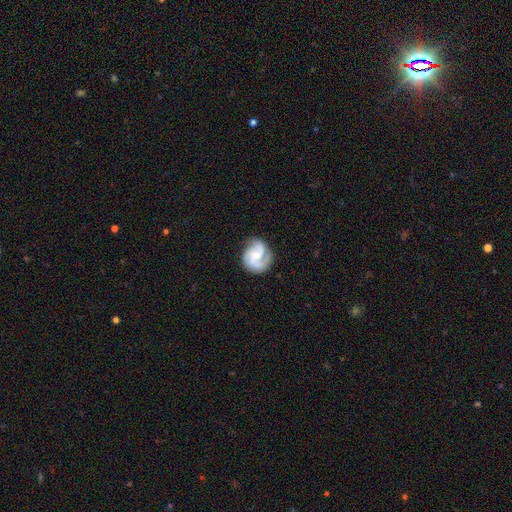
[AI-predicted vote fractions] Q: Smooth or featured?
A: featured or disk (83%); runner-up: smooth (12%)
Q: Edge-on disk?
A: no (98%); runner-up: yes (2%)
Q: Bar?
A: no (60%); runner-up: weak (34%)
Q: Spiral arms?
A: yes (97%); runner-up: no (3%)
Q: Spiral winding?
A: medium (47%); runner-up: tight (39%)
Q: Spiral arm count?
A: 2 (45%); runner-up: 3 (38%)
Q: Bulge size?
A: small (53%); runner-up: moderate (36%)
Q: Merging?
A: none (72%); runner-up: minor disturbance (19%)